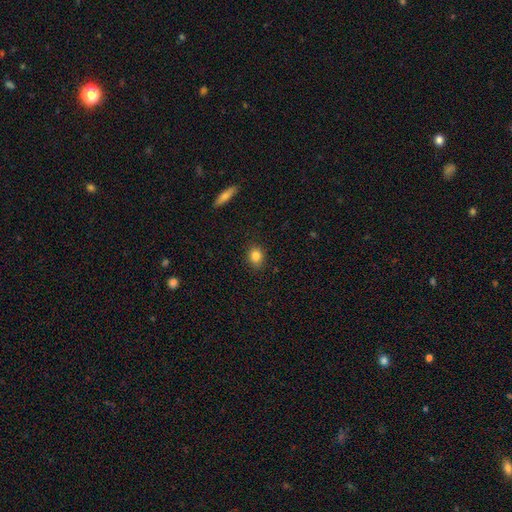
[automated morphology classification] Smooth or featured? smooth (82%)
How rounded? round (61%)
Merging? none (88%)